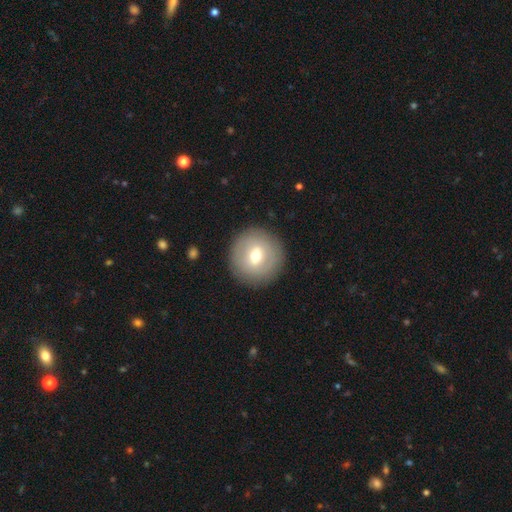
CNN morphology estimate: Smooth or featured?
  - smooth: 57% *
  - featured or disk: 34%
  - star or artifact: 8%
How rounded?
  - round: 94% *
  - in between: 5%
  - cigar-shaped: 1%
Merging?
  - none: 89% *
  - minor disturbance: 7%
  - major disturbance: 3%
  - merger: 1%